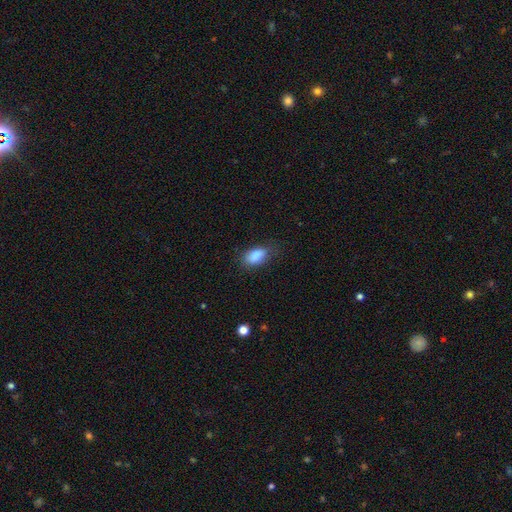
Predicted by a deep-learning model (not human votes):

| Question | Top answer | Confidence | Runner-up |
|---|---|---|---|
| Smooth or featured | smooth | 87% | star or artifact (8%) |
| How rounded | in between | 89% | round (6%) |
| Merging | none | 69% | minor disturbance (23%) |